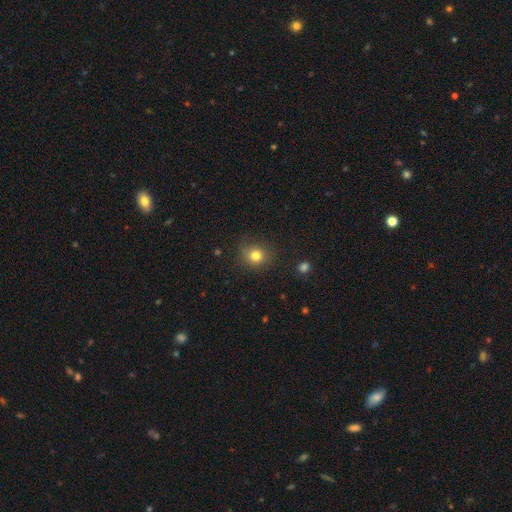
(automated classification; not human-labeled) Smooth or featured: smooth — 80% (star or artifact — 14%)
How rounded: round — 82% (in between — 17%)
Merging: none — 82% (minor disturbance — 13%)